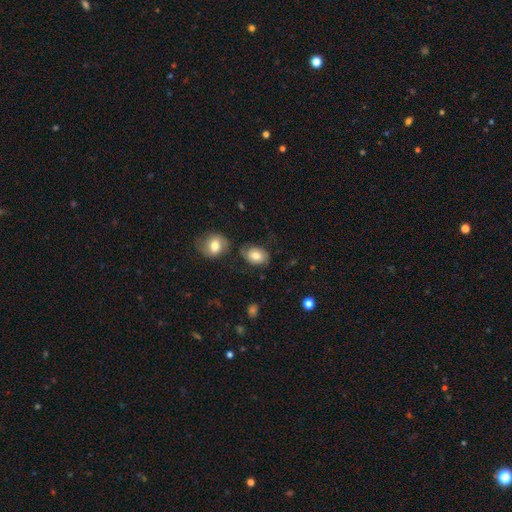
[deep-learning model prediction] Overall: smooth (75%). How rounded: in between (71%). Merging: none (58%; minor disturbance 23%).